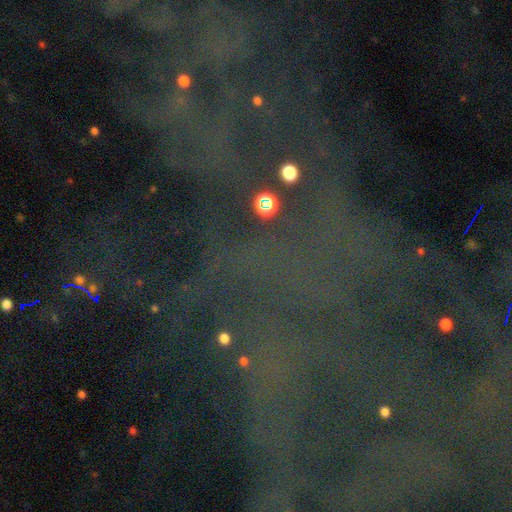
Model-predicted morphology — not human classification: star or artifact 78%, featured or disk 12%, smooth 9%.